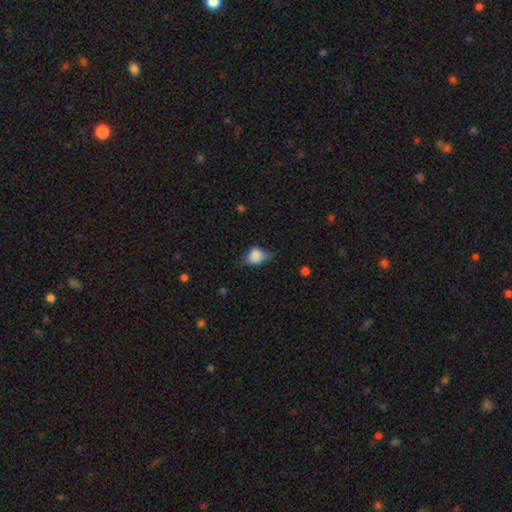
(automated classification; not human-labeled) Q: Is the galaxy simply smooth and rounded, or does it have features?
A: smooth — 76%.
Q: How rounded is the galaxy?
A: in between — 59%.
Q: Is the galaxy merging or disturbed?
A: none — 47%.